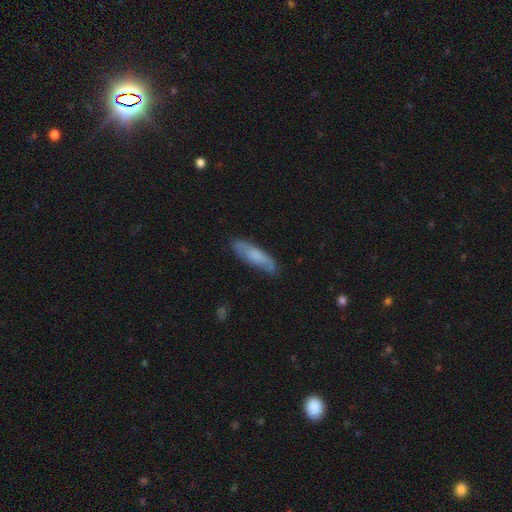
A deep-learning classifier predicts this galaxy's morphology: Smooth or featured? smooth (61%)
How rounded? cigar-shaped (60%)
Merging? none (77%)